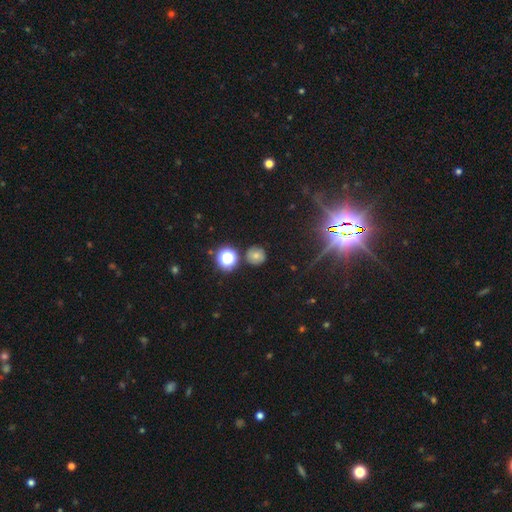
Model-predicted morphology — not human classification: A smooth galaxy with no disk features (60%) that is round (90%).

Vote fractions:
- Smooth or featured? smooth: 60% / star or artifact: 23% / featured or disk: 17%
- How rounded? round: 90% / in between: 9% / cigar-shaped: 1%
- Merging? none: 82% / minor disturbance: 10% / merger: 5% / major disturbance: 3%